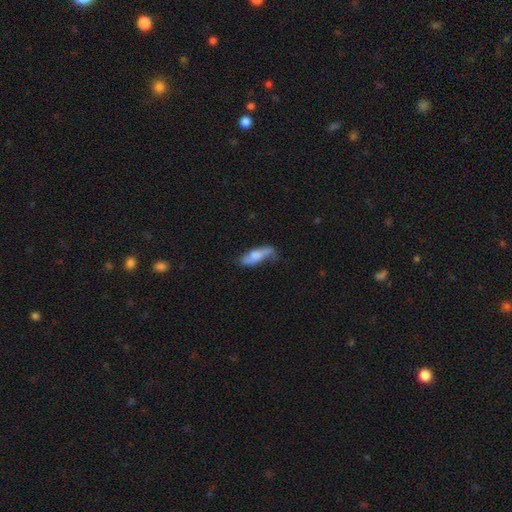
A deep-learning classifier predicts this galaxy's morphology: Smooth or featured? smooth (55%)
How rounded? in between (51%)
Merging? none (52%)